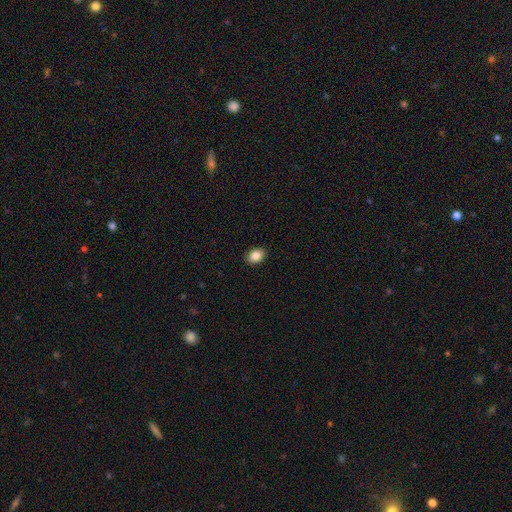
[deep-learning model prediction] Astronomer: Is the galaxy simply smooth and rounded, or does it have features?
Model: smooth — 87%.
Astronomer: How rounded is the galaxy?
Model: in between — 73%.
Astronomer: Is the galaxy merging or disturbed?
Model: none — 90%.